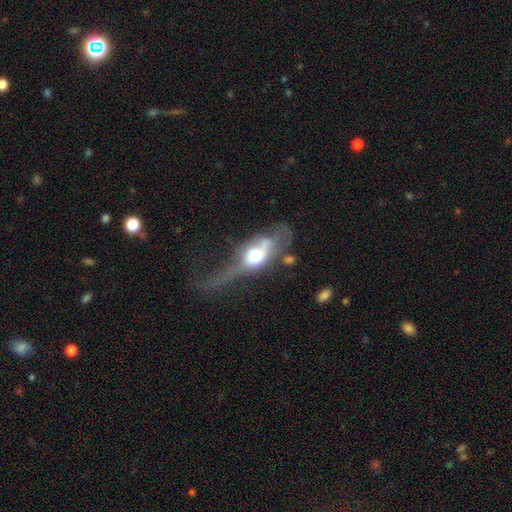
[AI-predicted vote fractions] A featured or disk galaxy (53%). Merging: major disturbance (54%).